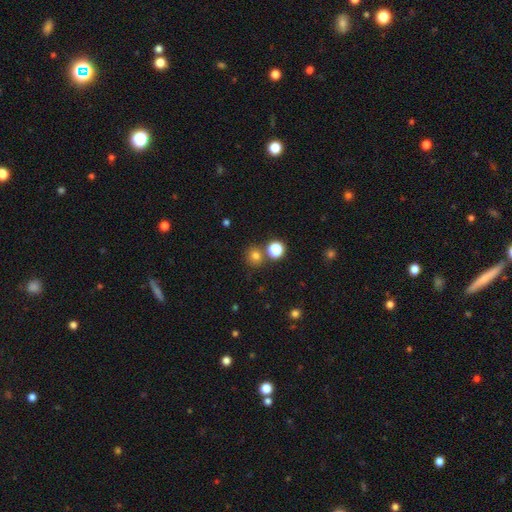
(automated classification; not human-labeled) The model was most divided on "smooth or featured": smooth: 75%, star or artifact: 19%, featured or disk: 6%. More confident: how rounded — round (90%); merging — none (75%).